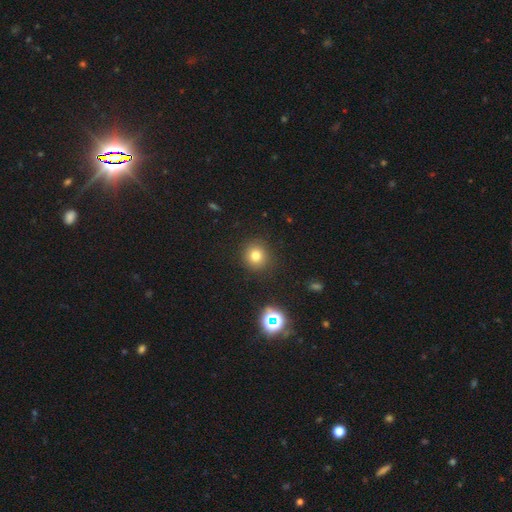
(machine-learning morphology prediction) Smooth or featured? smooth (77%)
How rounded? round (91%)
Merging? none (89%)